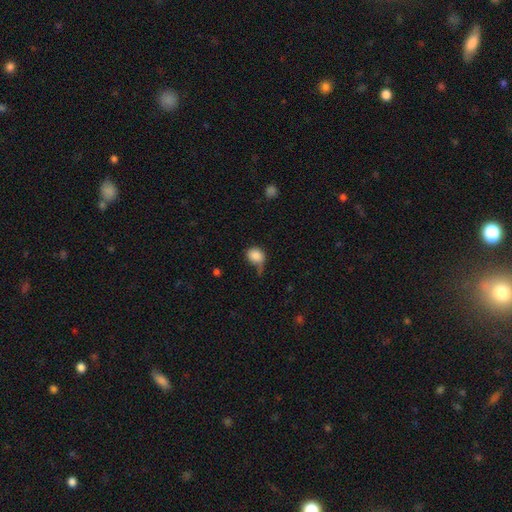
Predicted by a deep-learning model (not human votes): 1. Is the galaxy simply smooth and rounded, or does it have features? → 84% smooth, 9% star or artifact, 7% featured or disk.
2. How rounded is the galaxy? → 66% round, 33% in between, 1% cigar-shaped.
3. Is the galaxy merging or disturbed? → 41% none, 33% minor disturbance, 19% major disturbance, 7% merger.